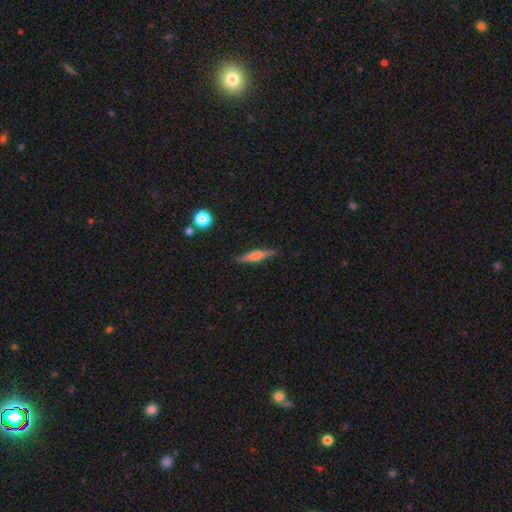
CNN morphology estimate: The model was most divided on "smooth or featured": featured or disk: 50%, smooth: 43%, star or artifact: 7%. More confident: edge-on disk — yes (95%); merging — none (87%).